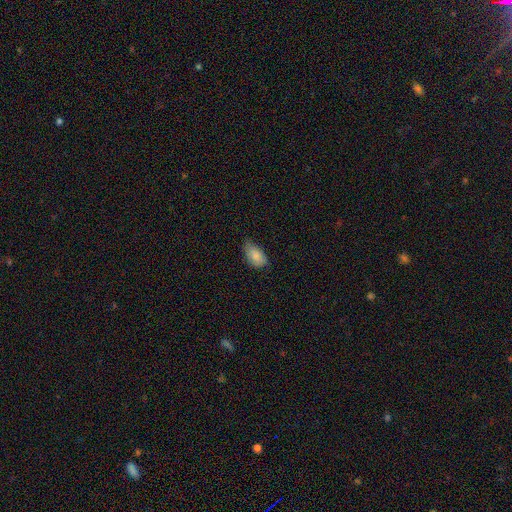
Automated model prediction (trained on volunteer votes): Smooth or featured? smooth (84%)
How rounded? in between (93%)
Merging? none (55%)